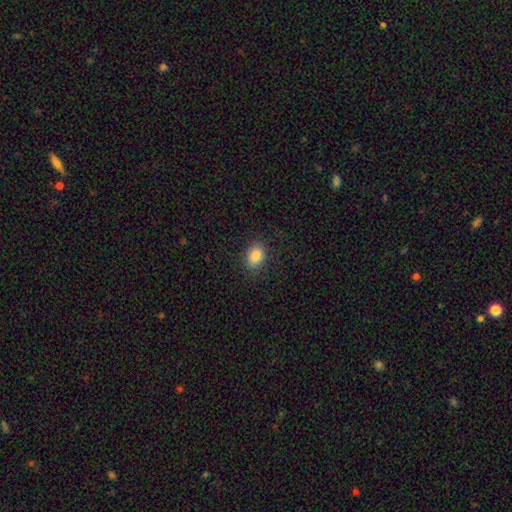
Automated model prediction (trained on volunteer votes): smooth_or_featured: smooth (p=0.86) [alt: star or artifact p=0.09]
how_rounded: in between (p=0.78) [alt: round p=0.21]
merging: none (p=0.86) [alt: minor disturbance p=0.10]